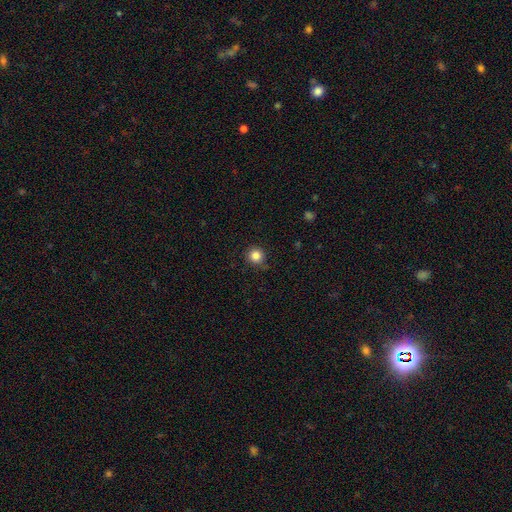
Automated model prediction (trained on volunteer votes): This is clearly a smooth galaxy (84%). How rounded: clearly round (93%). Merging: clearly none (86%).